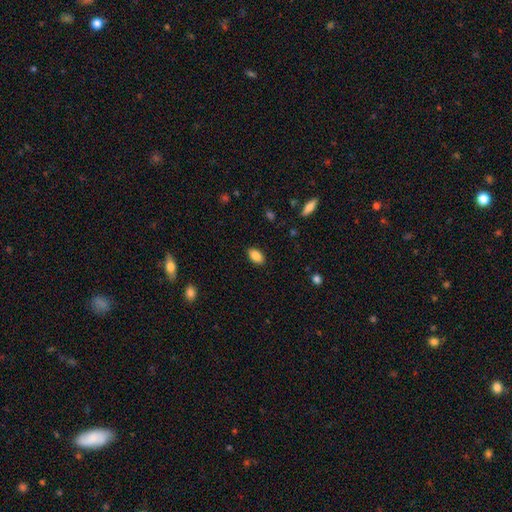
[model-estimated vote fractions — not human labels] Smooth or featured?
  - smooth: 86% *
  - star or artifact: 8%
  - featured or disk: 6%
How rounded?
  - in between: 92% *
  - round: 5%
  - cigar-shaped: 3%
Merging?
  - none: 87% *
  - minor disturbance: 9%
  - major disturbance: 2%
  - merger: 1%